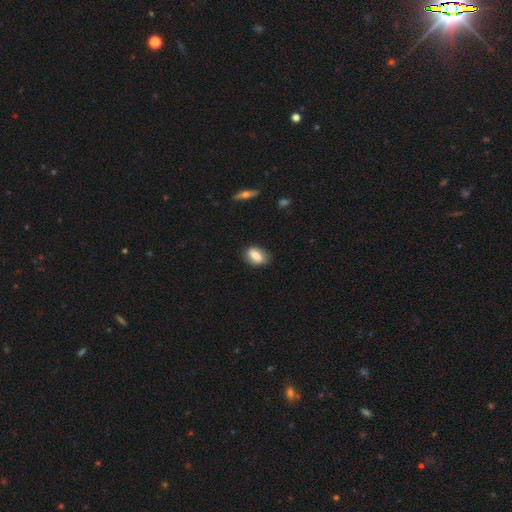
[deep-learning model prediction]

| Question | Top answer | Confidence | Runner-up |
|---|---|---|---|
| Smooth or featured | smooth | 73% | featured or disk (19%) |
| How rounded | in between | 82% | round (15%) |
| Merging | none | 82% | minor disturbance (14%) |